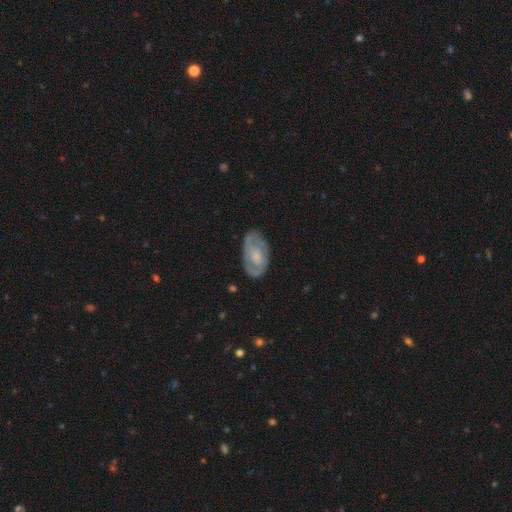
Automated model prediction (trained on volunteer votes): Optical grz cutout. It shows a featured or disk galaxy (58%) with no bar (73%), spiral arms (60%) and a moderate central bulge (38%). Merging: none (70%).